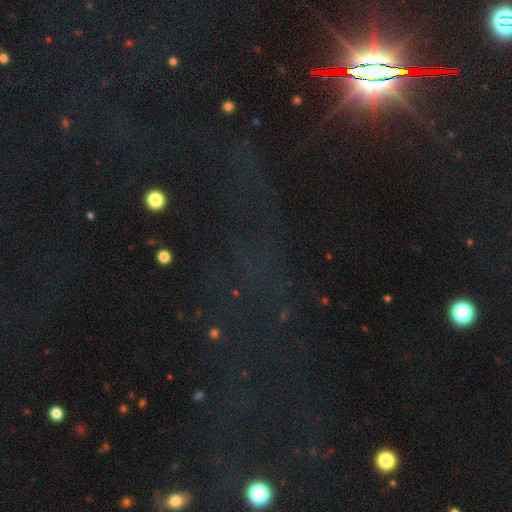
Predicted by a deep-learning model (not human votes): Overall: star or artifact (75%).